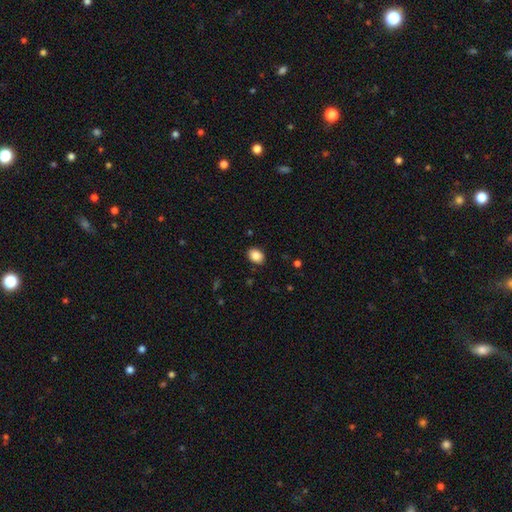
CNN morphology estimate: A smooth galaxy with no disk features (86%) that is in between round and cigar-shaped (71%). Merging: none (88%).